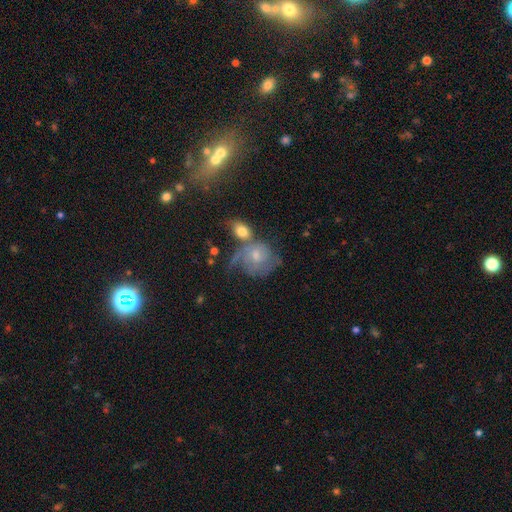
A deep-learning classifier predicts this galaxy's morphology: Overall: featured or disk (62%; smooth 29%). Edge-on disk: no (97%). Bar: no (67%; weak 29%). Spiral arms: yes (84%). Spiral arm count: can't tell (36%; 2 31%). Spiral winding: tight (41%; medium 39%). Bulge size: small (45%, tied with moderate). Merging: none (35%; merger 27%).